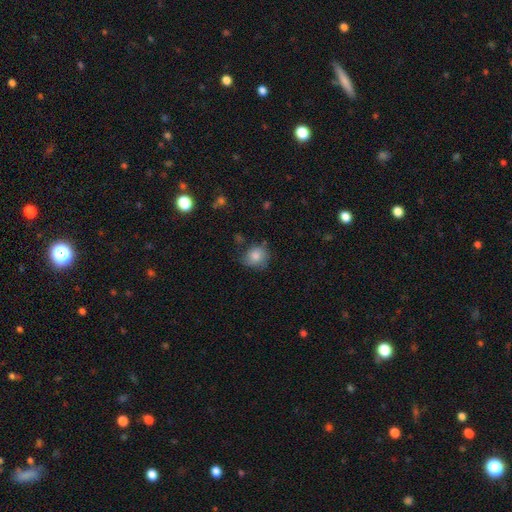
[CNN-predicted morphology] This is likely a smooth galaxy (78%). How rounded: likely round (74%). Merging: possibly none (57%).